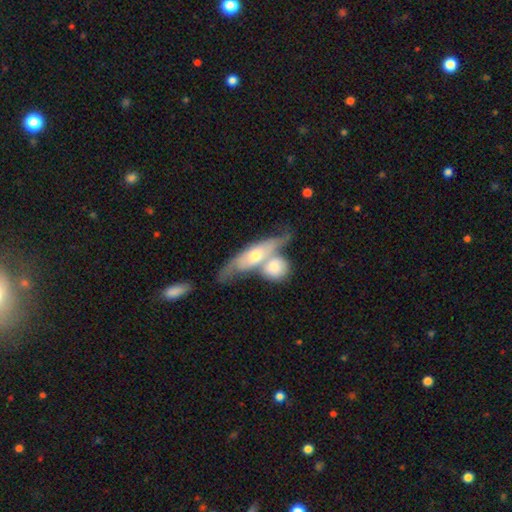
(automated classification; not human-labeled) Smooth or featured?
  - featured or disk: 57% *
  - smooth: 38%
  - star or artifact: 5%
Edge-on disk?
  - no: 54% *
  - yes: 46%
Merging?
  - merger: 56% *
  - none: 27%
  - minor disturbance: 11%
  - major disturbance: 6%